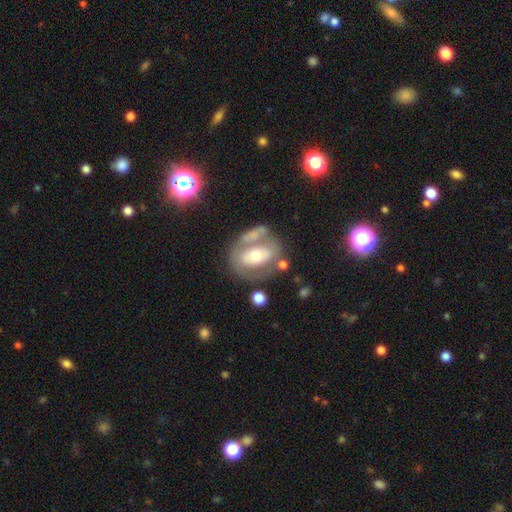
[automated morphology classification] A featured or disk galaxy (58%) with no bar (58%), no spiral arms (72%) and a moderate central bulge (64%). Merging: none (50%).